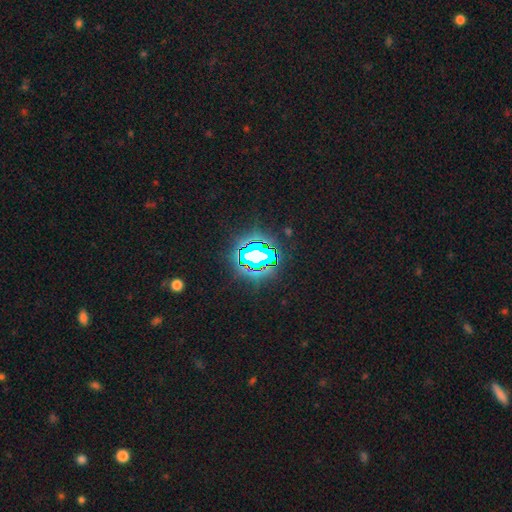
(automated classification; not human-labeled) The model was most divided on "smooth or featured": star or artifact: 72%, smooth: 15%, featured or disk: 12%.